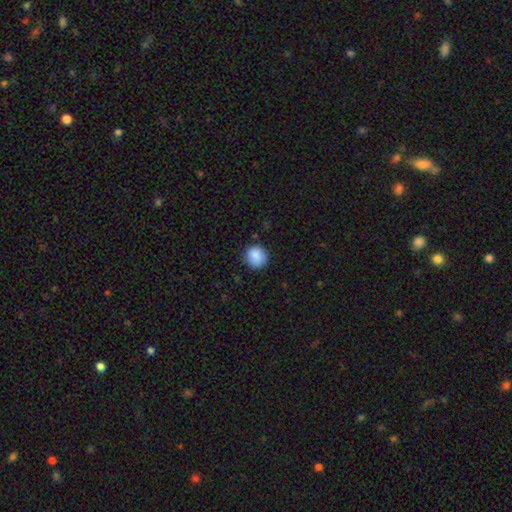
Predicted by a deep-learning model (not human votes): Q: Smooth or featured?
A: smooth (89%); runner-up: star or artifact (8%)
Q: How rounded?
A: round (91%); runner-up: in between (8%)
Q: Merging?
A: none (87%); runner-up: minor disturbance (10%)